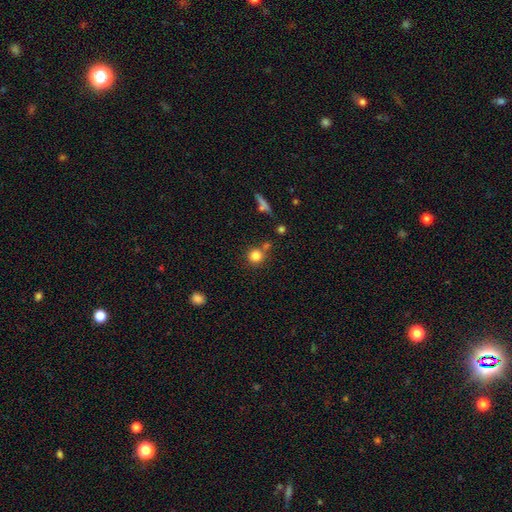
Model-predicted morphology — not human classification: Overall: smooth (81%). How rounded: round (92%). Merging: none (69%).